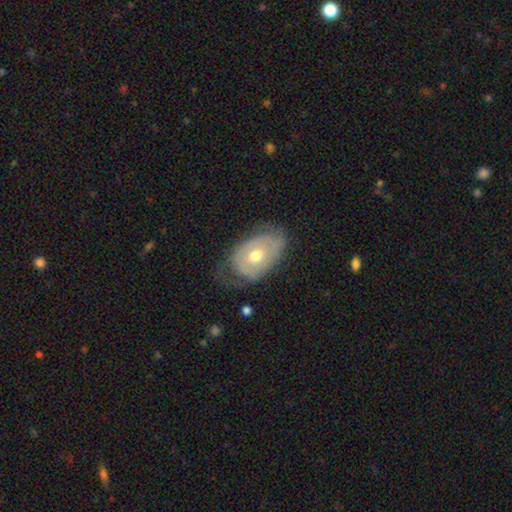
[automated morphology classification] type=featured or disk (58%); edge-on=no (93%); bar=no (76%); spiral arms=yes (55%); bulge=moderate (75%); merging=none (47%).